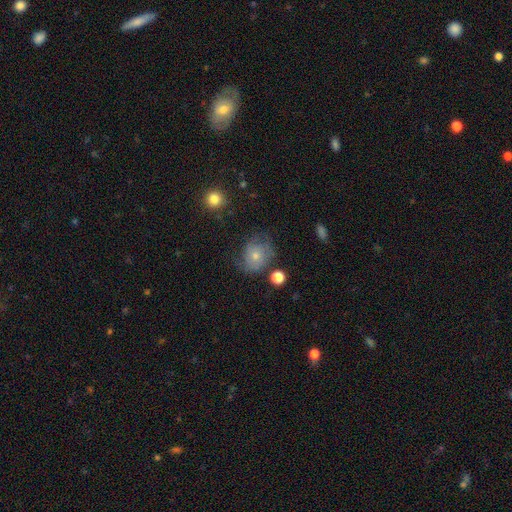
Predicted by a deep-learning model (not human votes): Smooth or featured? smooth (57%)
How rounded? round (62%)
Merging? none (49%)